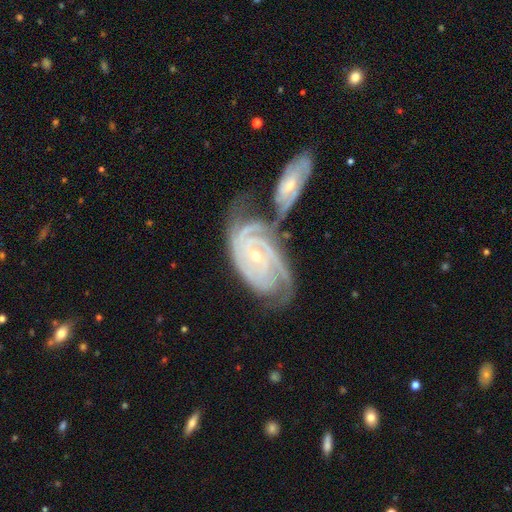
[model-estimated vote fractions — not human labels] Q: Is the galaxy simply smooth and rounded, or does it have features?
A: featured or disk — 91%.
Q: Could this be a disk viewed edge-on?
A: no — 96%.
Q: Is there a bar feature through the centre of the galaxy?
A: no — 65%.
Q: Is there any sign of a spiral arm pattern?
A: yes — 98%.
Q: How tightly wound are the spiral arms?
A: tight — 79%.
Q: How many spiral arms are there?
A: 2 — 33%.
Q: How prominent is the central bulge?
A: small — 70%.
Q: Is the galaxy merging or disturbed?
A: merger — 38%.